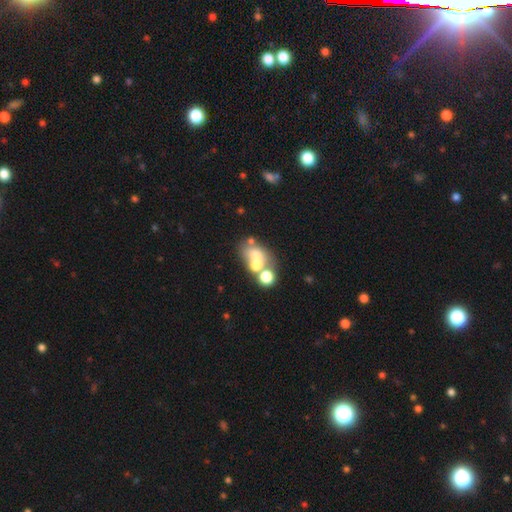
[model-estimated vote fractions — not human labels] smooth 54%, featured or disk 27%, star or artifact 18%. Down the decision tree: how rounded — in between (55%); merging — merger (43%).